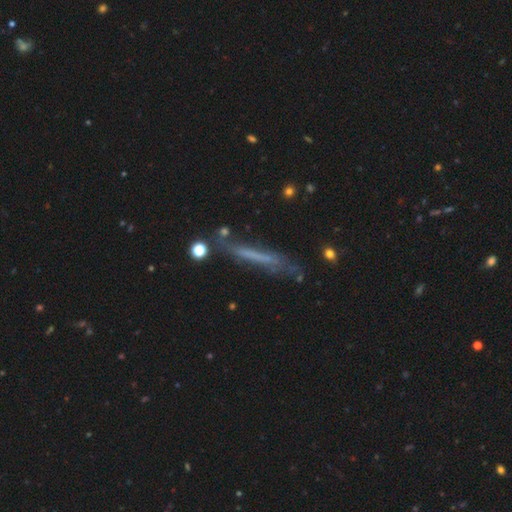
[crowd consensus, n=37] A featured or disk galaxy (57%) viewed edge-on (90%) with no central bulge (84%). Merging: none (80%).